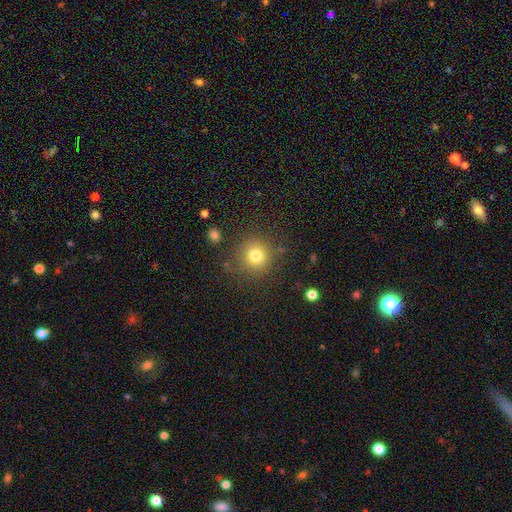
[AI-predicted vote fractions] Smooth or featured? Predicted: smooth (p=0.79). How rounded? Predicted: round (p=0.93). Merging? Predicted: none (p=0.84).